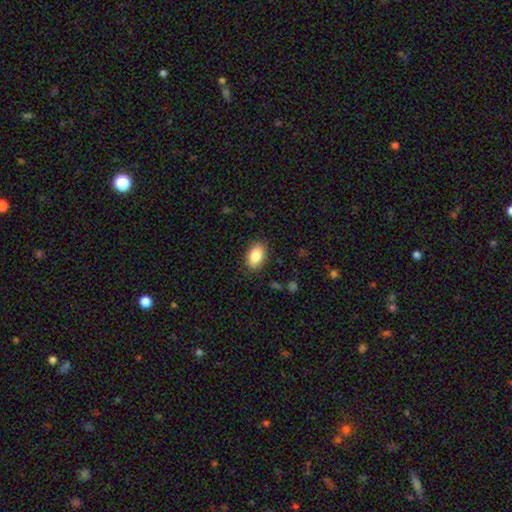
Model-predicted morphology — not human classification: Smooth or featured? smooth (85%)
How rounded? in between (88%)
Merging? none (86%)